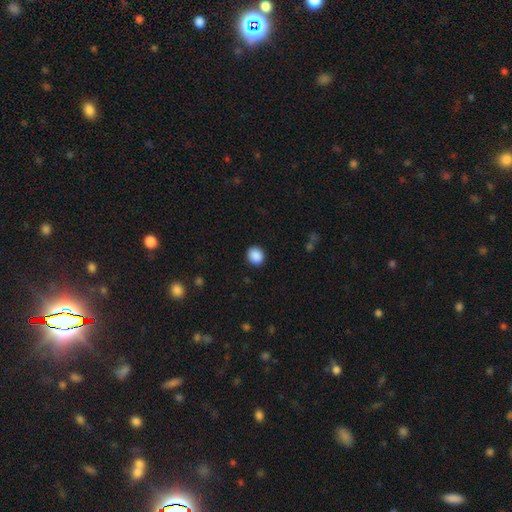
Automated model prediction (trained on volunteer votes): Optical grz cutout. It shows a smooth galaxy with no disk features (89%) that is round (76%). Merging: none (91%).